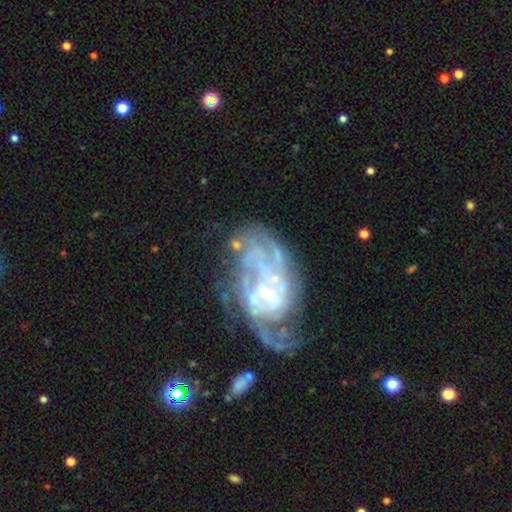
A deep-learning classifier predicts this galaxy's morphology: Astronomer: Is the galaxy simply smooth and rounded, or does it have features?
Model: featured or disk — 83%.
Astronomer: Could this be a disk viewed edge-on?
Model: no — 97%.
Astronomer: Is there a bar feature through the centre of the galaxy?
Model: no — 59%.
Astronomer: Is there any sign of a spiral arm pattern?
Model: yes — 82%.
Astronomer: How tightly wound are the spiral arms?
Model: tight — 45% (runner-up: medium, 36%).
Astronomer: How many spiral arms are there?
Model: can't tell — 41% (runner-up: 2, 18%).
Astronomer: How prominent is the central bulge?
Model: small — 71%.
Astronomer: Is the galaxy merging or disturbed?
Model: none — 38% (runner-up: major disturbance, 30%).